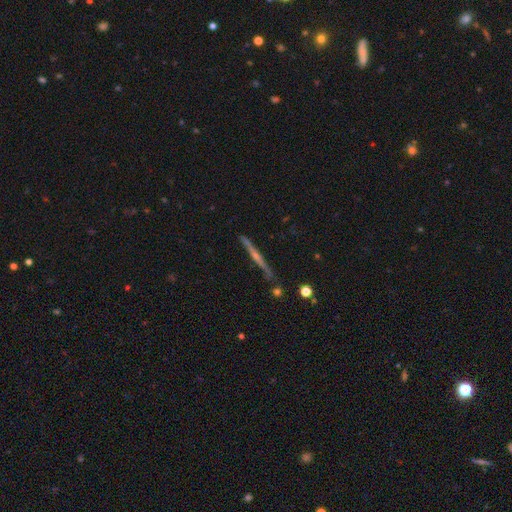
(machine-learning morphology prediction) featured or disk 72%, smooth 21%, star or artifact 7%. Down the decision tree: edge-on disk — yes (97%); edge-on bulge — rounded (54%); merging — none (85%).